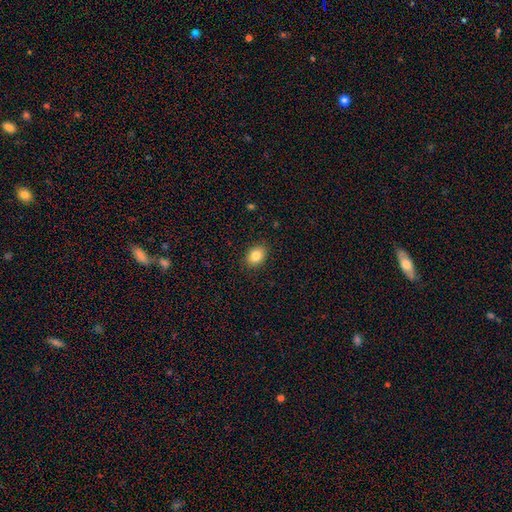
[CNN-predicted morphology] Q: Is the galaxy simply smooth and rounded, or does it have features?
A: smooth — 84%.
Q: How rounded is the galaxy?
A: in between — 72%.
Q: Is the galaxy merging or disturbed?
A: none — 88%.